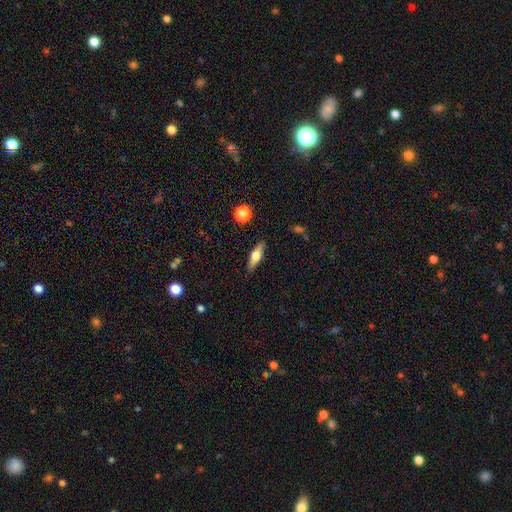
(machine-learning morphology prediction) smooth 52%, featured or disk 41%, star or artifact 7%. Down the decision tree: how rounded — in between (50%); merging — none (86%).